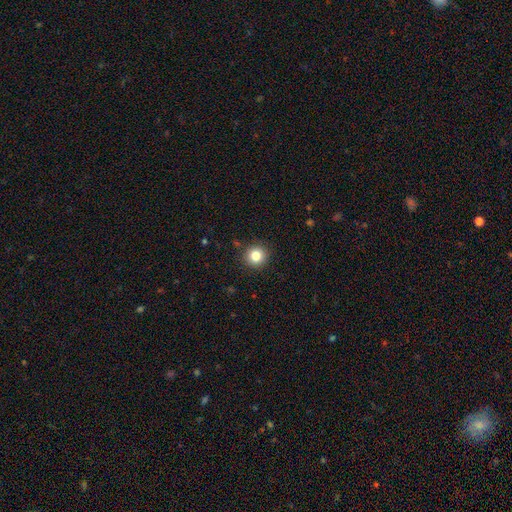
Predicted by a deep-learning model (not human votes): smooth-or-featured: smooth: 82% | star or artifact: 12% | featured or disk: 6%
  how-rounded: round: 94% | in between: 5% | cigar-shaped: 1%
  merging: none: 91% | minor disturbance: 6% | major disturbance: 2% | merger: 1%